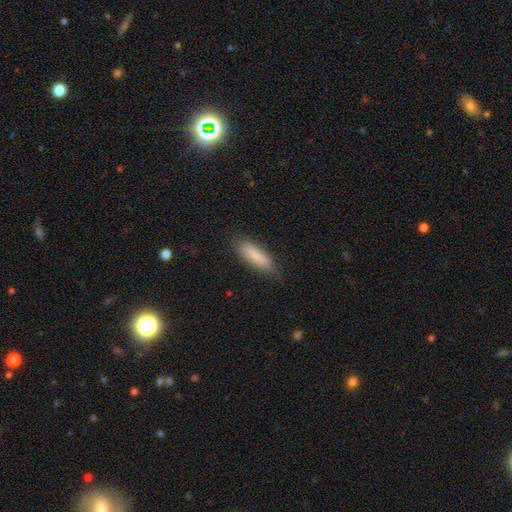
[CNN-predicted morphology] This is clearly a smooth galaxy (80%). How rounded: possibly in between (56%). Merging: likely none (79%).